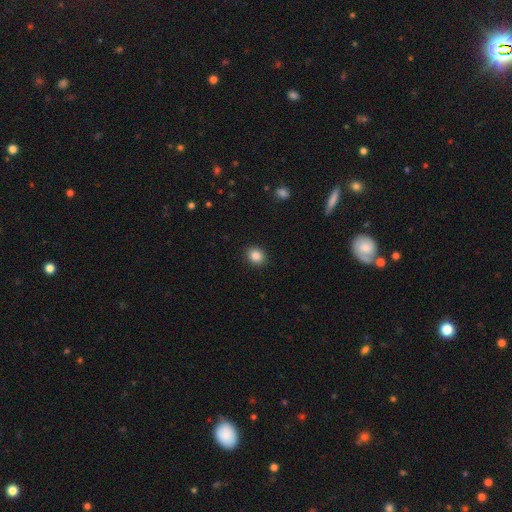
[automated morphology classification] A smooth galaxy with no disk features (86%) that is round (66%).

Vote fractions:
- Smooth or featured? smooth: 86% / star or artifact: 10% / featured or disk: 5%
- How rounded? round: 66% / in between: 34% / cigar-shaped: 1%
- Merging? none: 91% / minor disturbance: 6% / major disturbance: 2% / merger: 1%